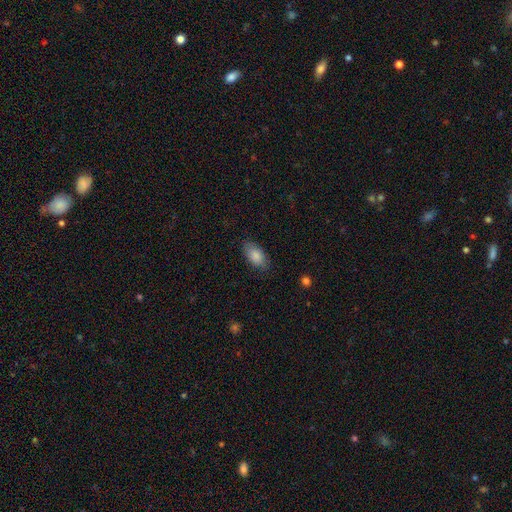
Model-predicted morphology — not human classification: smooth-or-featured: smooth: 86% | featured or disk: 7% | star or artifact: 7%
  how-rounded: in between: 92% | cigar-shaped: 4% | round: 4%
  merging: none: 82% | minor disturbance: 14% | major disturbance: 3% | merger: 1%